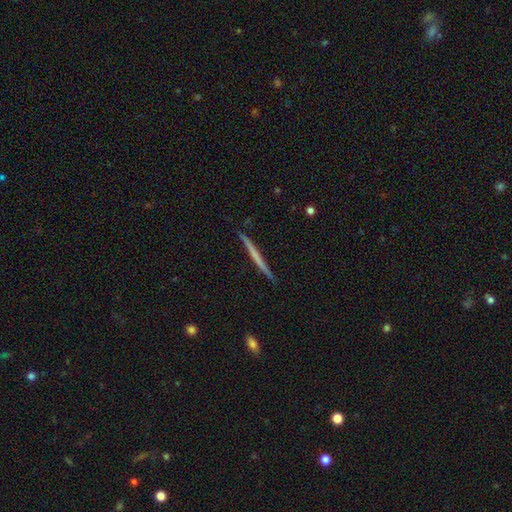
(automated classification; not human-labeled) Smooth or featured?
  - featured or disk: 52% *
  - smooth: 43%
  - star or artifact: 5%
Edge-on disk?
  - yes: 98% *
  - no: 2%
Edge-on bulge?
  - none: 90% *
  - rounded: 7%
  - boxy: 4%
Merging?
  - none: 91% *
  - minor disturbance: 7%
  - major disturbance: 1%
  - merger: 1%